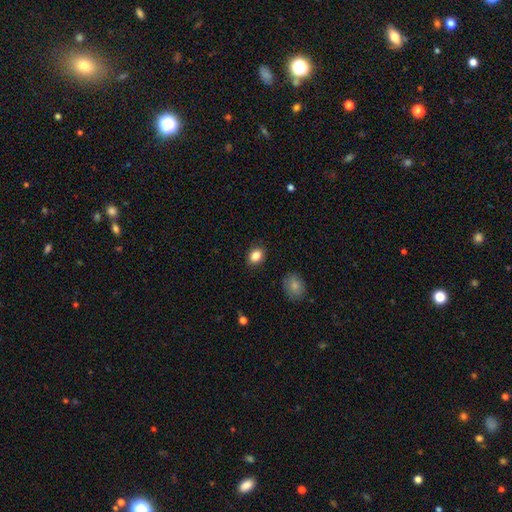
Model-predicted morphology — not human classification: This appears to be a smooth galaxy with no disk features (85%) that is in between round and cigar-shaped (66%). Merging: none (88%).